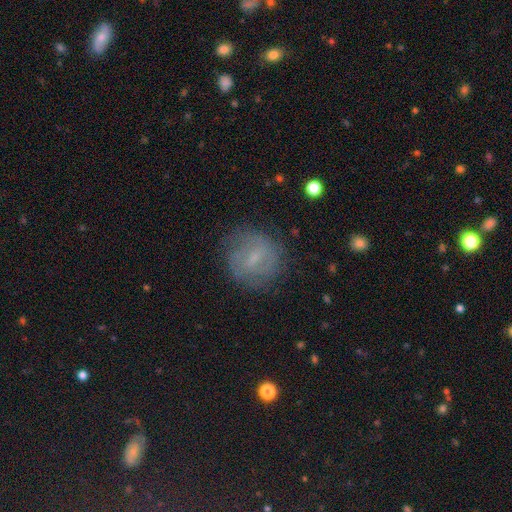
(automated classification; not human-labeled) Morphology: type=featured or disk (44%, tied with smooth); merging=none (76%).